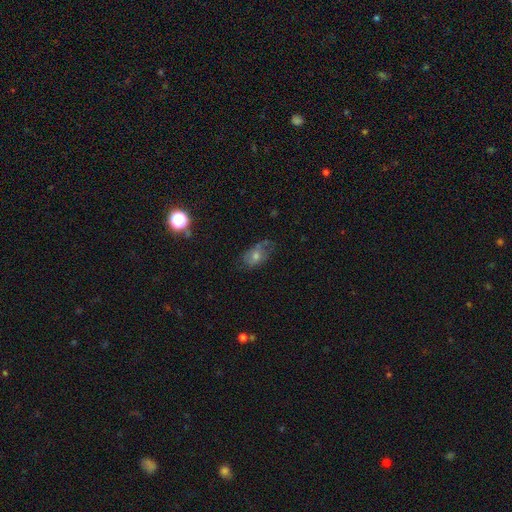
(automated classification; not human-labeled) A featured or disk galaxy (42%). Merging: none (57%).